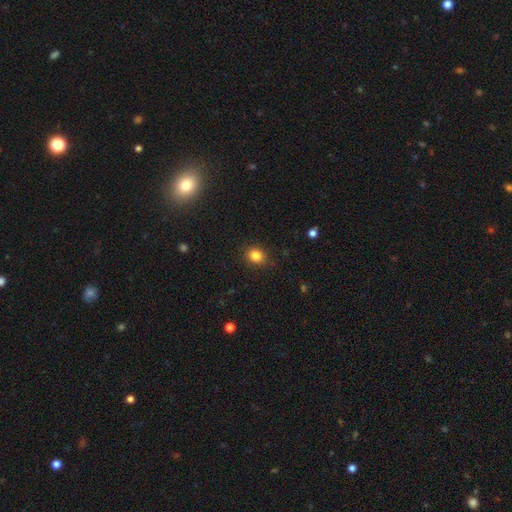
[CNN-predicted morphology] The model was most divided on "how rounded": round: 68%, in between: 31%, cigar-shaped: 1%. More confident: merging — none (89%); smooth or featured — smooth (84%).